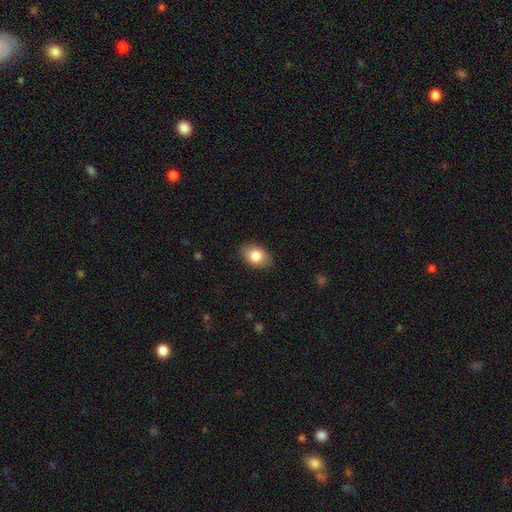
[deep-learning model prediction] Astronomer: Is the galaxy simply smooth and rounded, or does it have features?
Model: smooth — 83%.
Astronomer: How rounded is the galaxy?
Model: in between — 80%.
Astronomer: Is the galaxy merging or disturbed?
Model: none — 85%.